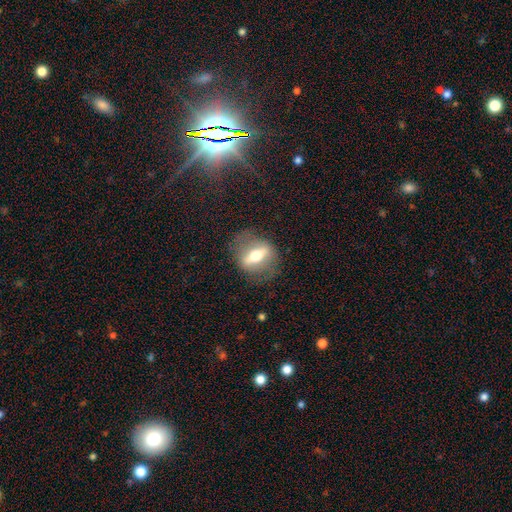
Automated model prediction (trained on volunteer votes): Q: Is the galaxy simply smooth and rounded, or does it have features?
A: featured or disk — 63%.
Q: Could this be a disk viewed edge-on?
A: no — 53%.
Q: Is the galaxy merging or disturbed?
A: none — 77%.